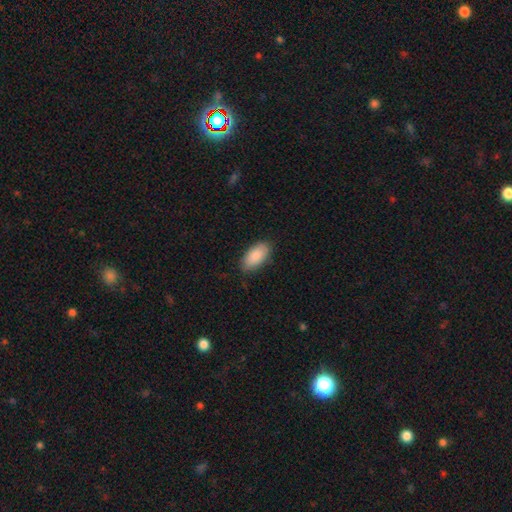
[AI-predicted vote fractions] Q: Smooth or featured?
A: smooth (88%); runner-up: featured or disk (6%)
Q: How rounded?
A: in between (93%); runner-up: cigar-shaped (4%)
Q: Merging?
A: none (84%); runner-up: minor disturbance (12%)